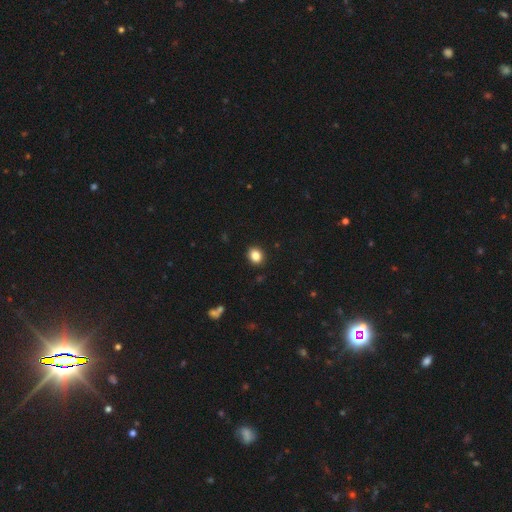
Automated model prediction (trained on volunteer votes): Smooth or featured? smooth (85%)
How rounded? round (55%)
Merging? none (91%)